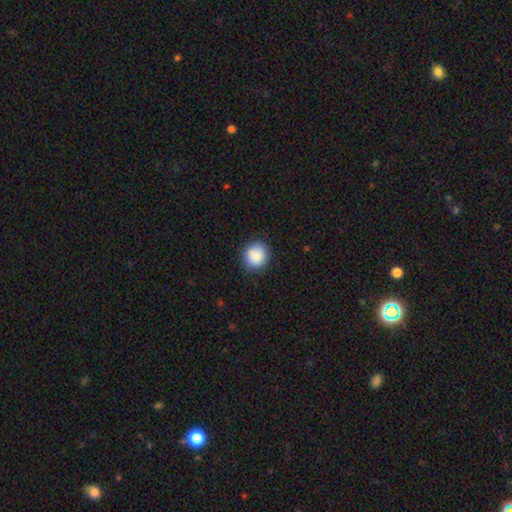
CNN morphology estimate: smooth_or_featured: smooth (p=0.88) [alt: star or artifact p=0.08]
how_rounded: round (p=0.87) [alt: in between p=0.12]
merging: none (p=0.87) [alt: minor disturbance p=0.09]